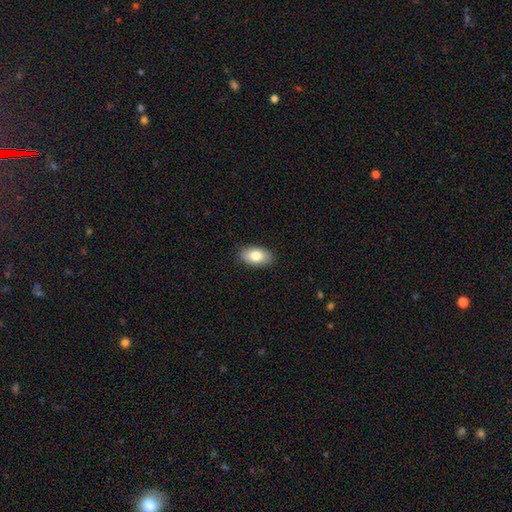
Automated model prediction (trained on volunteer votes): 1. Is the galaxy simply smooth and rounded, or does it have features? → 81% smooth, 13% featured or disk, 7% star or artifact.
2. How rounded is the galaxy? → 93% in between, 5% round, 2% cigar-shaped.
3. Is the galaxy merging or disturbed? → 89% none, 8% minor disturbance, 2% major disturbance, 1% merger.